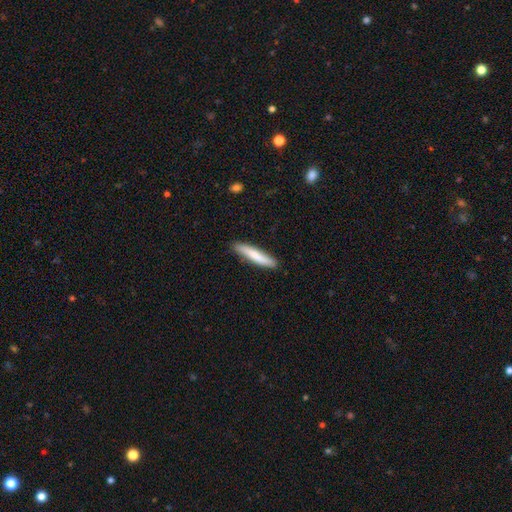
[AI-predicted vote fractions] smooth_or_featured: smooth (p=0.75) [alt: featured or disk p=0.20]
how_rounded: cigar-shaped (p=0.90) [alt: in between p=0.09]
merging: none (p=0.87) [alt: minor disturbance p=0.10]